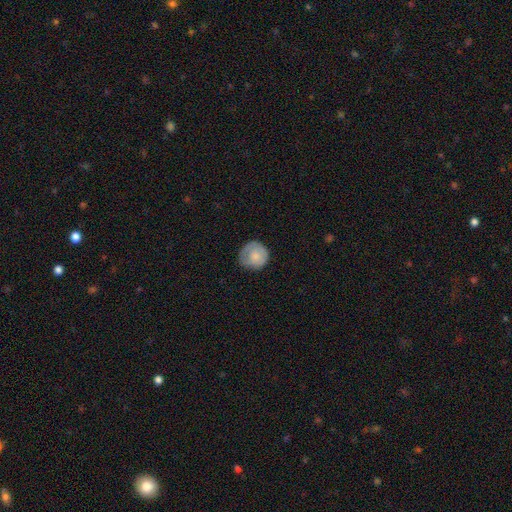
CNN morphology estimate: This is likely a smooth galaxy (75%). How rounded: clearly round (91%). Merging: likely none (72%).